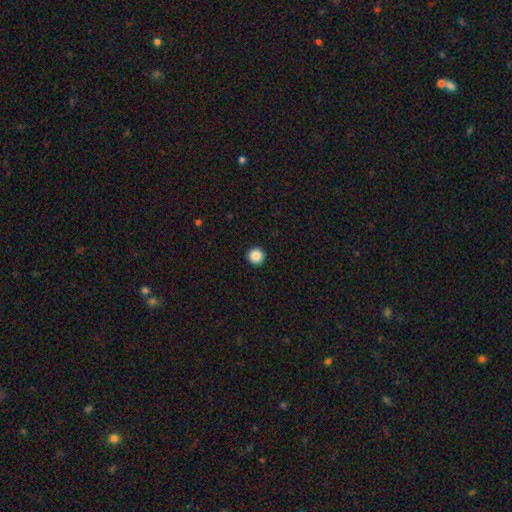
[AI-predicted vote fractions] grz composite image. It shows a smooth galaxy with no disk features (88%) that is round (97%). Merging: none (94%).